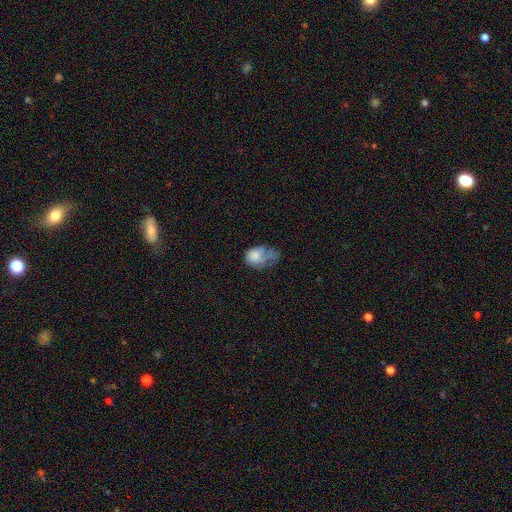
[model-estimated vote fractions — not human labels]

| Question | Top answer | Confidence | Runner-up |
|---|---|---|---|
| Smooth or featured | smooth | 69% | featured or disk (22%) |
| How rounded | in between | 78% | round (21%) |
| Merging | major disturbance | 45% | minor disturbance (31%) |